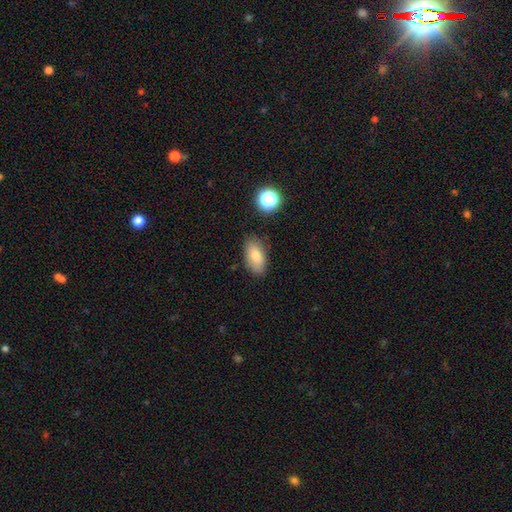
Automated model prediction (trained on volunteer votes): Smooth or featured? Predicted: smooth (p=0.78). How rounded? Predicted: in between (p=0.90). Merging? Predicted: none (p=0.81).